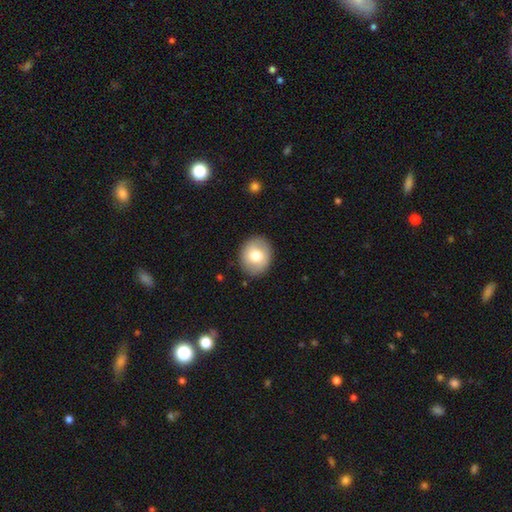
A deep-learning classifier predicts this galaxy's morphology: type=smooth (74%); roundness=round (67%); merging=none (89%).